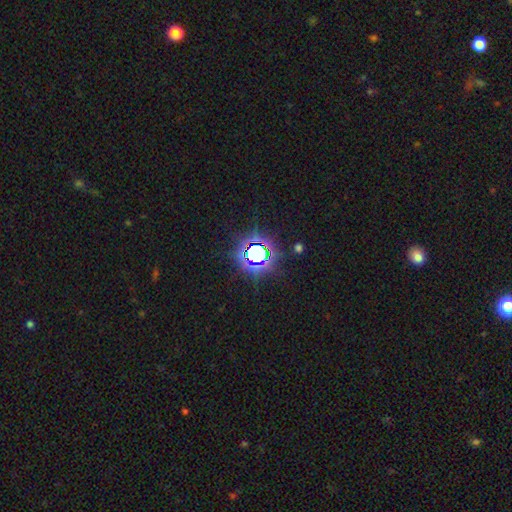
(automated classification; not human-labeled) A star or artifact, not a galaxy (71%).